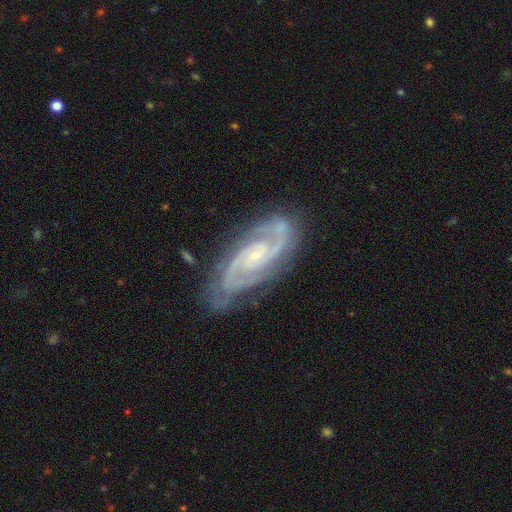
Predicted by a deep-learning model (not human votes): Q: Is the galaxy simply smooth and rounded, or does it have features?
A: featured or disk — 91%.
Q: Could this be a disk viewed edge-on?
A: no — 96%.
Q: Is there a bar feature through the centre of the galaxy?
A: no — 55%.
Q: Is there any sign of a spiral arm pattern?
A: yes — 98%.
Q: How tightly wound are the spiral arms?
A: tight — 55%.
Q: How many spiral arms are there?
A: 2 — 82%.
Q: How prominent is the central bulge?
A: small — 73%.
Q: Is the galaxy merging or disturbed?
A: none — 78%.